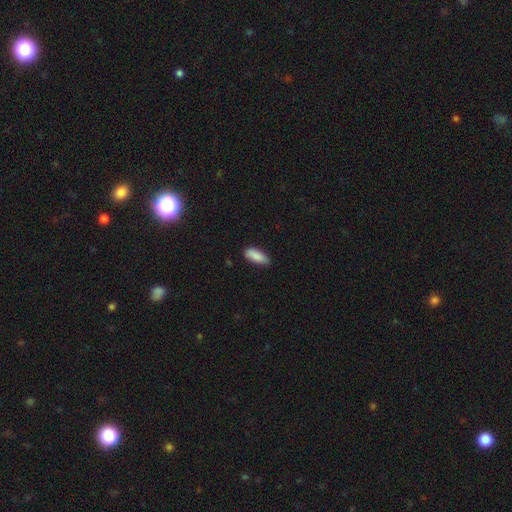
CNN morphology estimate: A smooth galaxy with no disk features (88%) that is in between round and cigar-shaped (76%).

Vote fractions:
- Smooth or featured? smooth: 88% / star or artifact: 6% / featured or disk: 5%
- How rounded? in between: 76% / cigar-shaped: 22% / round: 2%
- Merging? none: 79% / minor disturbance: 18% / major disturbance: 2% / merger: 1%